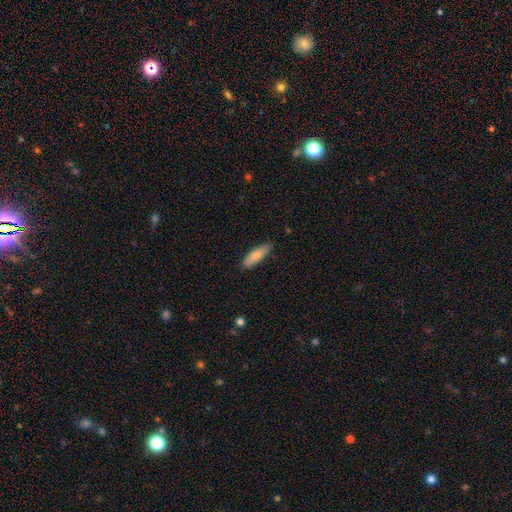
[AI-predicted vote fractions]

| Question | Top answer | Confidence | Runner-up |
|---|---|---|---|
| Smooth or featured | smooth | 81% | featured or disk (14%) |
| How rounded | cigar-shaped | 56% | in between (43%) |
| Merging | none | 83% | minor disturbance (13%) |